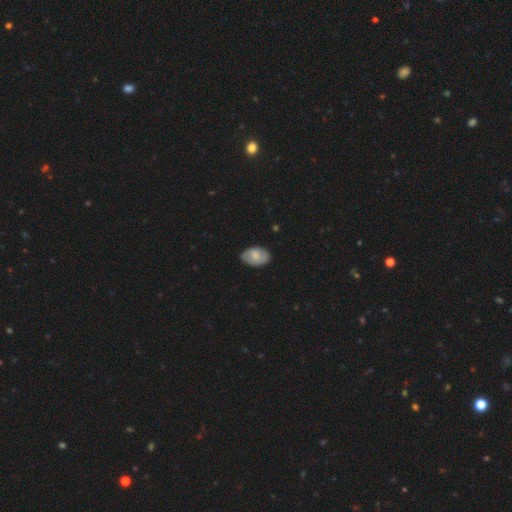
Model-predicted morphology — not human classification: smooth-or-featured: smooth: 67% | featured or disk: 26% | star or artifact: 7%
  how-rounded: in between: 90% | round: 9% | cigar-shaped: 1%
  merging: none: 79% | minor disturbance: 17% | major disturbance: 3% | merger: 1%